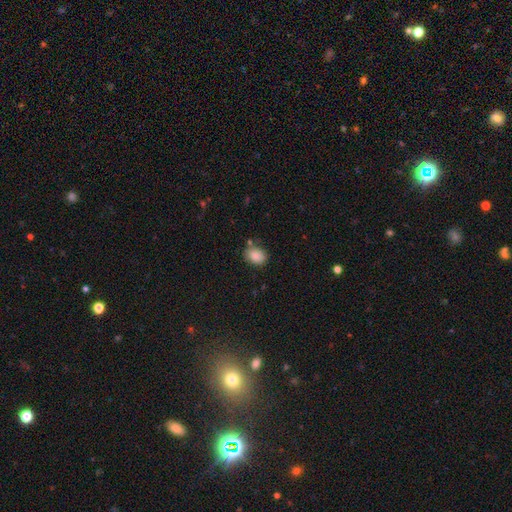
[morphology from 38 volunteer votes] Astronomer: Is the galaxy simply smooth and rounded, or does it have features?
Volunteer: smooth — 97%.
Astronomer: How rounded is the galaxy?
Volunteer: in between — 54% (runner-up: round, 46%).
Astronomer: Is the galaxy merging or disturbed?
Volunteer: none — 86%.